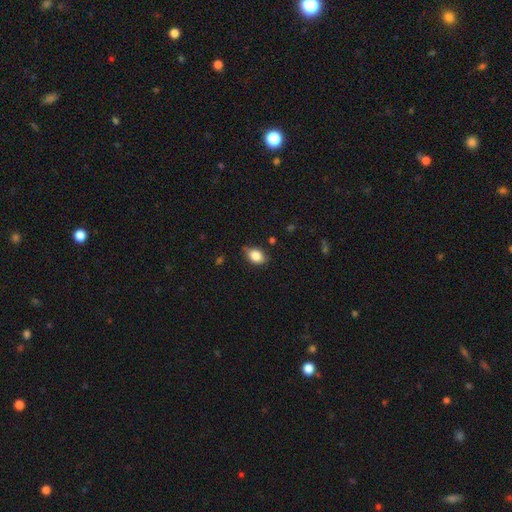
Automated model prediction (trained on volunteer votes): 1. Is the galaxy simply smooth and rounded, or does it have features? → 83% smooth, 9% star or artifact, 8% featured or disk.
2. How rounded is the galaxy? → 77% in between, 21% round, 2% cigar-shaped.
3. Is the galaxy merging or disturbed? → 72% none, 22% minor disturbance, 4% major disturbance, 2% merger.